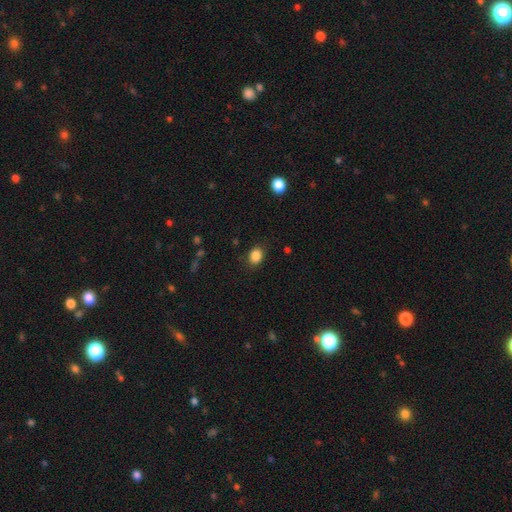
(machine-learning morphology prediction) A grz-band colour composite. It shows a smooth galaxy with no disk features (86%) that is in between round and cigar-shaped (57%). Merging: none (85%).